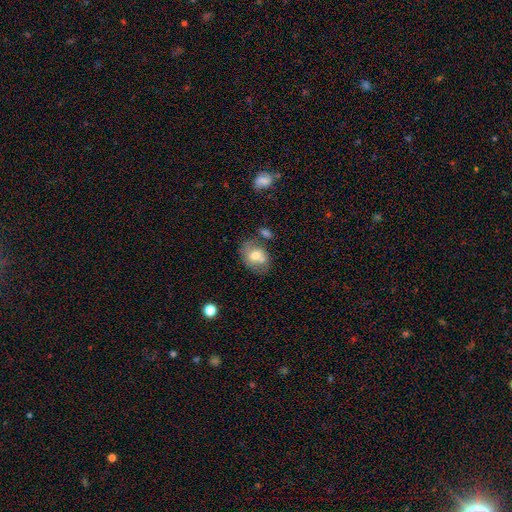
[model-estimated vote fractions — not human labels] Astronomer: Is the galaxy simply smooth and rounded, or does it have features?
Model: smooth — 66%.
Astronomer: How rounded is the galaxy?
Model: in between — 65%.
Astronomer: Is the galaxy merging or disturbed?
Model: none — 52%.